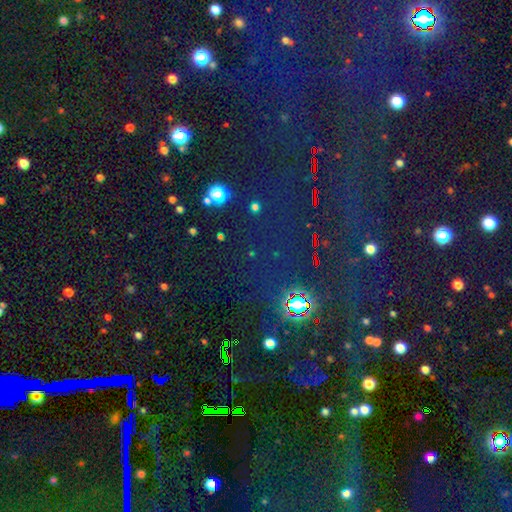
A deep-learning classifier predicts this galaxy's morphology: Smooth or featured? star or artifact (80%)